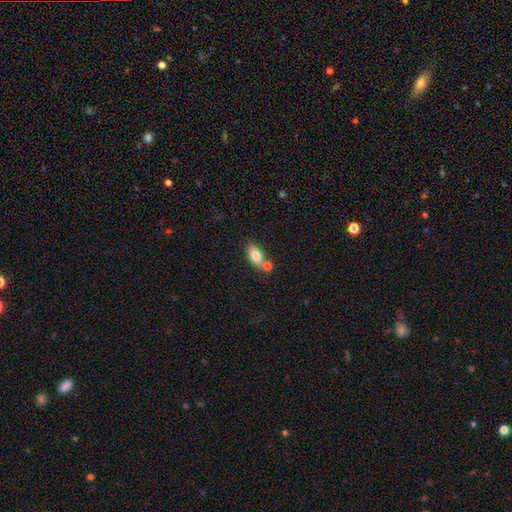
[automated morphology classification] Smooth or featured? Predicted: smooth (p=0.78). How rounded? Predicted: in between (p=0.87). Merging? Predicted: none (p=0.55).